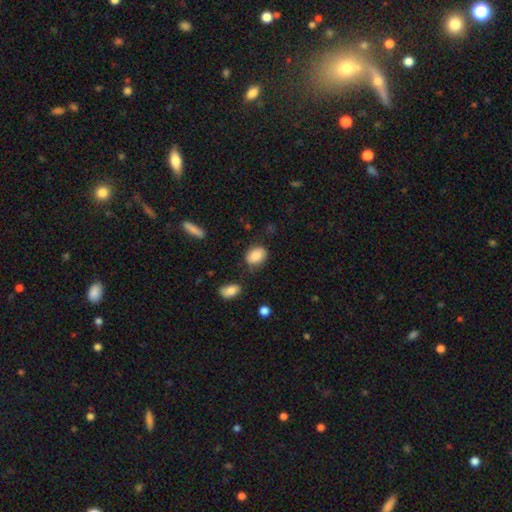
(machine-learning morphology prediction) Smooth or featured? smooth (85%)
How rounded? in between (75%)
Merging? none (71%)